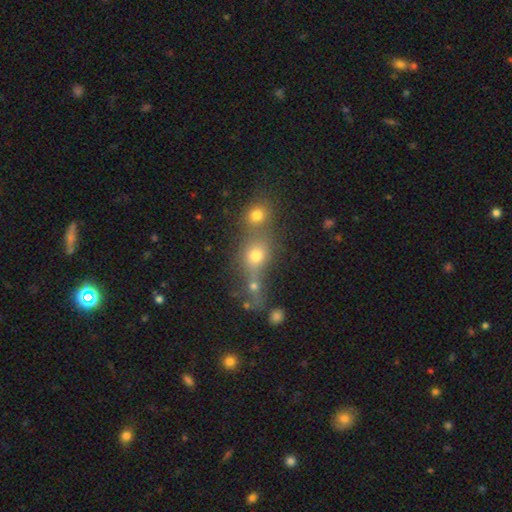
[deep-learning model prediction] This is likely a smooth galaxy (68%). How rounded: likely round (68%). Merging: possibly merger (51%).